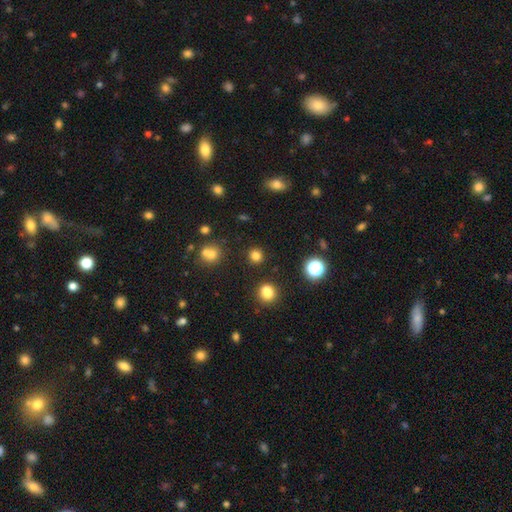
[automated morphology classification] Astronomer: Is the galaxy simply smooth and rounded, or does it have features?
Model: smooth — 79%.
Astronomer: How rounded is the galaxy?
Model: round — 91%.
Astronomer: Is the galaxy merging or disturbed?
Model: none — 88%.